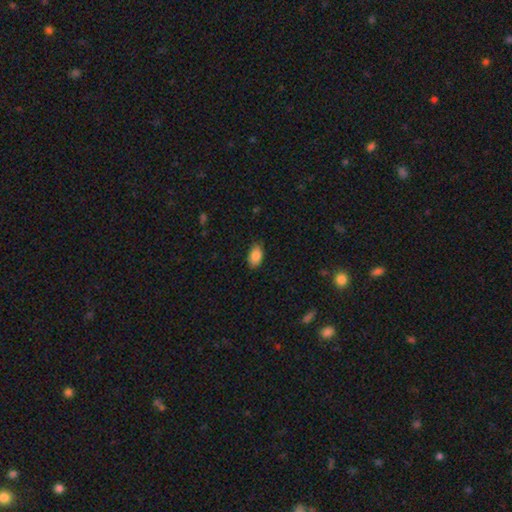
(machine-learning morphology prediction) Smooth or featured?
  - smooth: 85% *
  - star or artifact: 8%
  - featured or disk: 8%
How rounded?
  - in between: 91% *
  - round: 7%
  - cigar-shaped: 1%
Merging?
  - none: 82% *
  - minor disturbance: 15%
  - major disturbance: 2%
  - merger: 1%